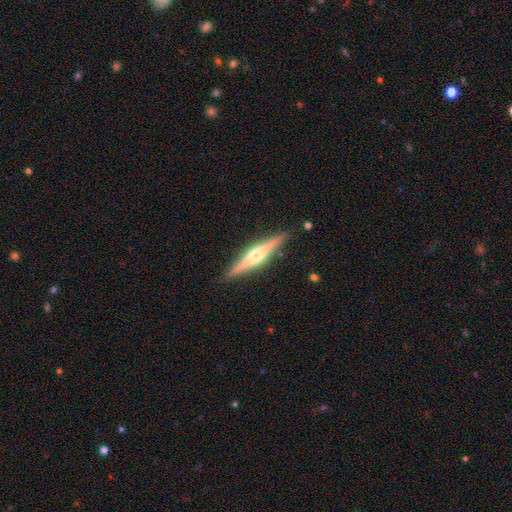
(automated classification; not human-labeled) Smooth or featured? Predicted: featured or disk (p=0.76). Edge-on disk? Predicted: yes (p=0.98). Edge-on bulge? Predicted: rounded (p=0.91). Merging? Predicted: none (p=0.89).